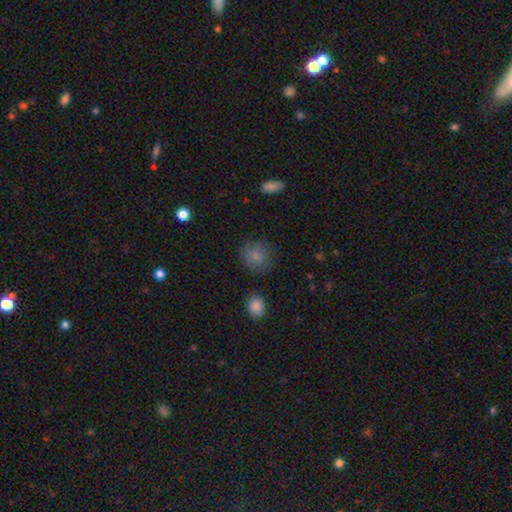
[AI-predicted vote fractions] Smooth or featured: smooth — 82% (star or artifact — 11%)
How rounded: round — 84% (in between — 15%)
Merging: none — 76% (minor disturbance — 16%)